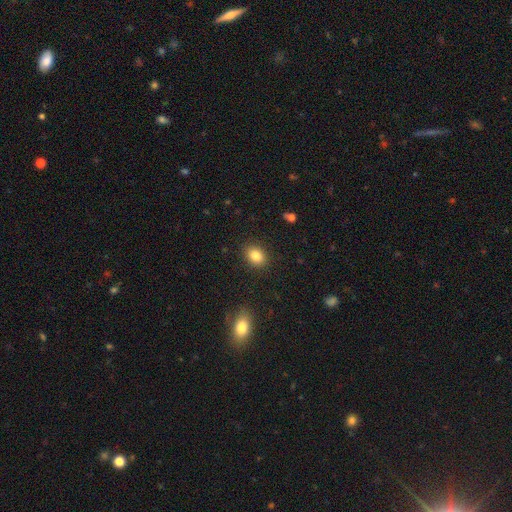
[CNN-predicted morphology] A smooth galaxy with no disk features (85%) that is in between round and cigar-shaped (66%). Merging: none (88%).